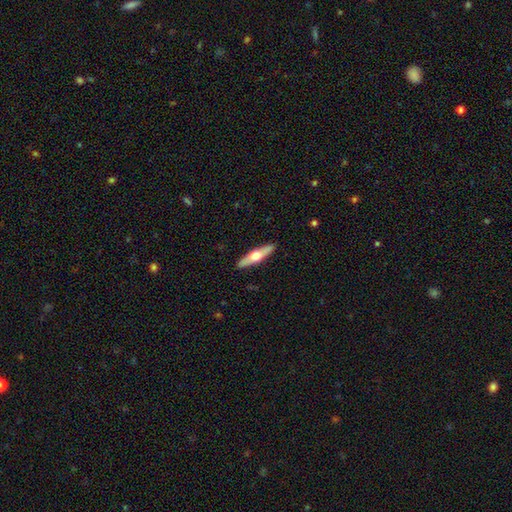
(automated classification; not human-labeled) Smooth or featured: featured or disk — 52% (smooth — 43%)
Edge-on disk: yes — 91% (no — 9%)
Merging: none — 91% (minor disturbance — 7%)